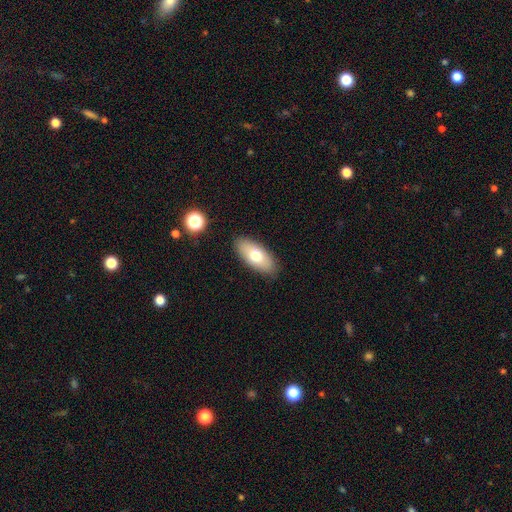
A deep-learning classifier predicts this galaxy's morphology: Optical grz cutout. It shows a smooth galaxy with no disk features (70%) that is in between round and cigar-shaped (88%). Merging: none (87%).